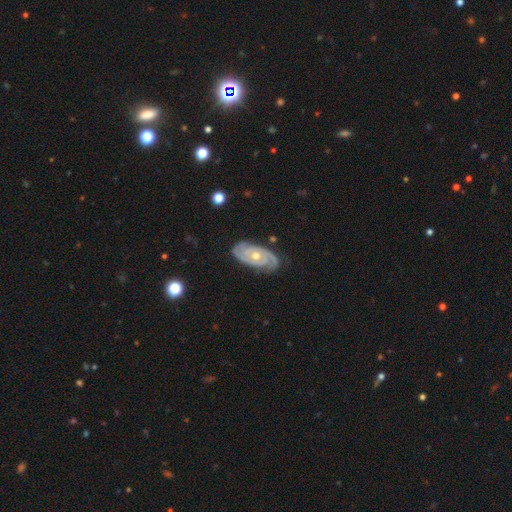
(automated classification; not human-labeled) This is clearly a featured or disk galaxy (88%). It is clearly not viewed edge-on (95%). Bar: likely no (74%). Spiral arm pattern: clearly yes (97%). Spiral arm count: likely 2 (71%). Spiral winding: likely tight (74%). Central bulge: possibly moderate (55%). Merging: clearly none (81%).